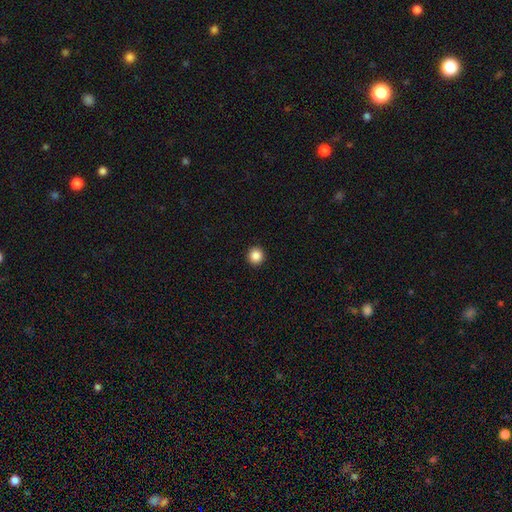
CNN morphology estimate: Smooth or featured?
  - smooth: 87% *
  - star or artifact: 10%
  - featured or disk: 3%
How rounded?
  - round: 94% *
  - in between: 5%
  - cigar-shaped: 1%
Merging?
  - none: 93% *
  - minor disturbance: 4%
  - major disturbance: 1%
  - merger: 1%